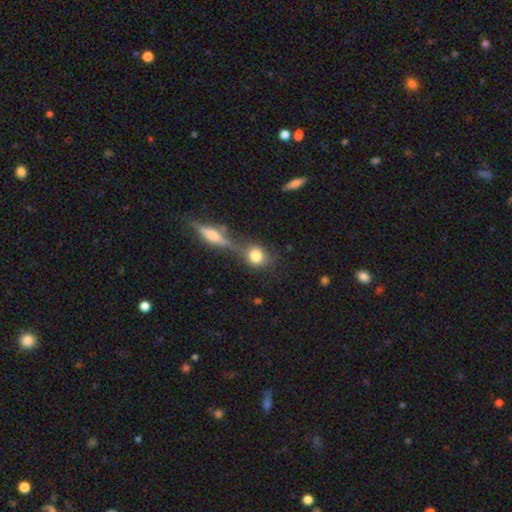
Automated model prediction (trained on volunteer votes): Q: Smooth or featured?
A: smooth (74%); runner-up: featured or disk (15%)
Q: How rounded?
A: round (77%); runner-up: in between (20%)
Q: Merging?
A: none (54%); runner-up: merger (29%)